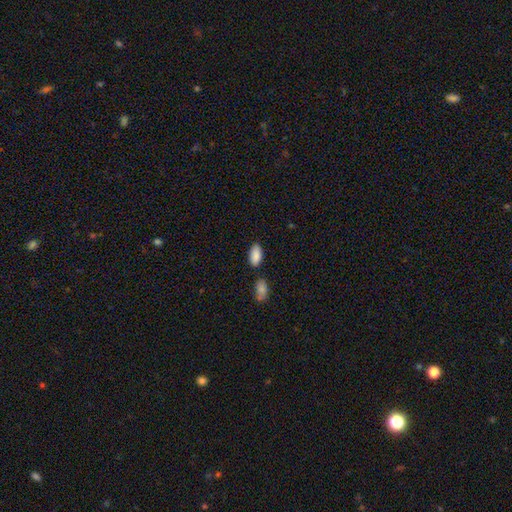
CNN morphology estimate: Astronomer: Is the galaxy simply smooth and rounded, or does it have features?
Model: smooth — 89%.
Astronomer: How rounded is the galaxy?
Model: in between — 93%.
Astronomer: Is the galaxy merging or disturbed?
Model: none — 79%.